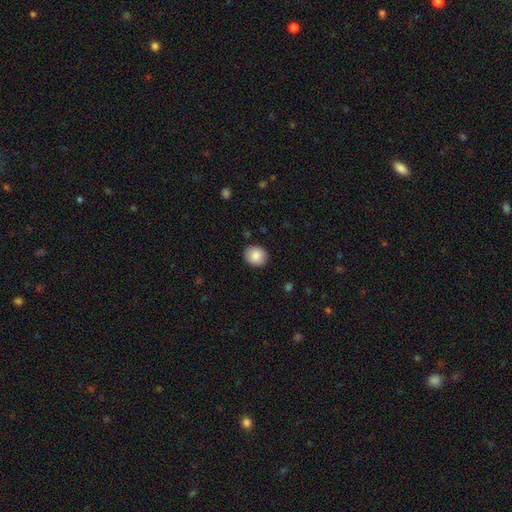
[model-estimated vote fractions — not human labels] Overall: smooth (86%). How rounded: round (76%). Merging: none (90%).